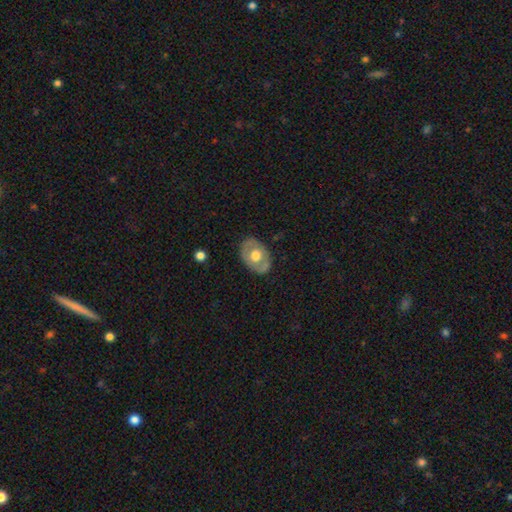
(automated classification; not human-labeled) smooth_or_featured: featured or disk (p=0.48) [alt: smooth p=0.46]
merging: none (p=0.80) [alt: minor disturbance p=0.15]